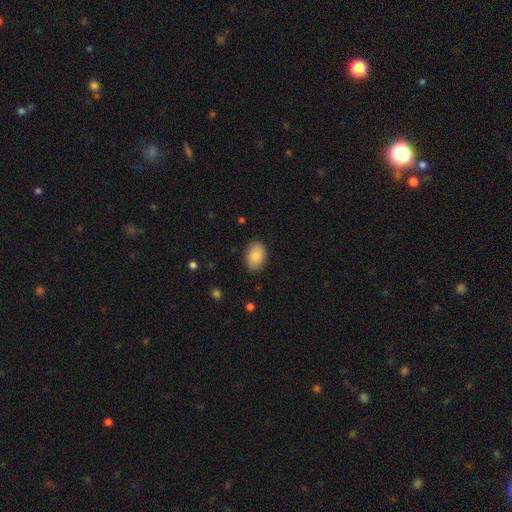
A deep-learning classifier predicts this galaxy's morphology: A smooth galaxy with no disk features (86%) that is in between round and cigar-shaped (84%). Merging: none (86%).